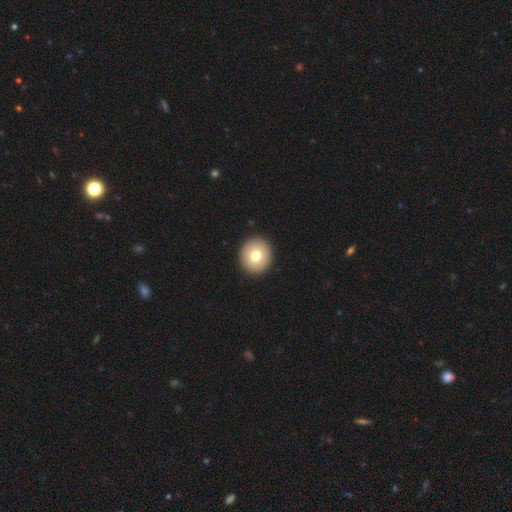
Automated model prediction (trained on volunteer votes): Q: Smooth or featured?
A: smooth (75%); runner-up: featured or disk (16%)
Q: How rounded?
A: round (91%); runner-up: in between (8%)
Q: Merging?
A: none (93%); runner-up: minor disturbance (4%)